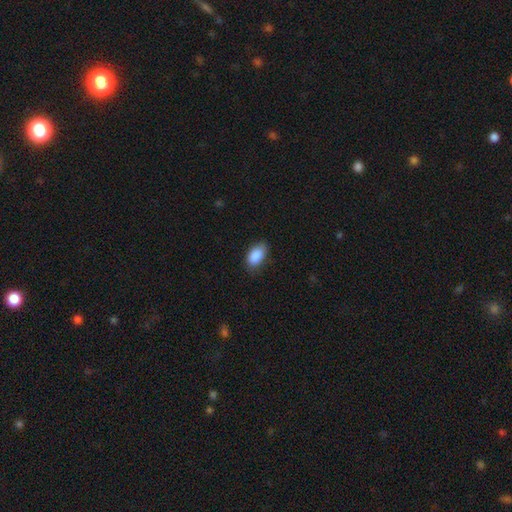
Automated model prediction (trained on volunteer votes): Morphology: type=smooth (89%); roundness=in between (94%); merging=none (78%).